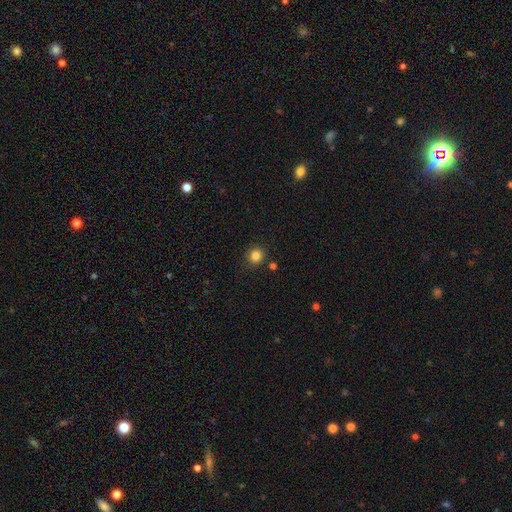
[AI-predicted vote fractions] Smooth or featured?
  - smooth: 84% *
  - star or artifact: 12%
  - featured or disk: 4%
How rounded?
  - round: 90% *
  - in between: 9%
  - cigar-shaped: 1%
Merging?
  - none: 88% *
  - minor disturbance: 7%
  - merger: 3%
  - major disturbance: 2%